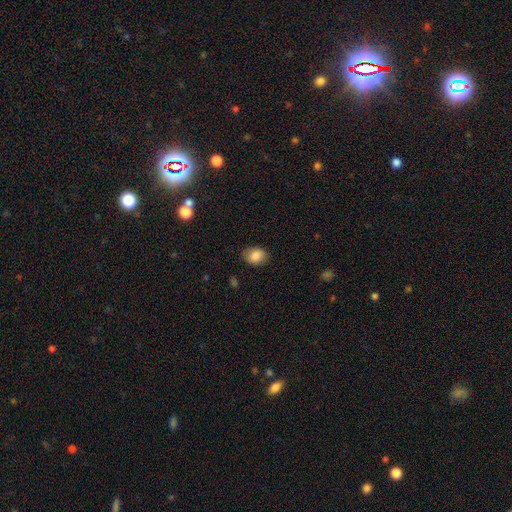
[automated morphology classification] Q: Smooth or featured?
A: smooth (86%); runner-up: star or artifact (8%)
Q: How rounded?
A: in between (72%); runner-up: round (27%)
Q: Merging?
A: none (84%); runner-up: minor disturbance (12%)